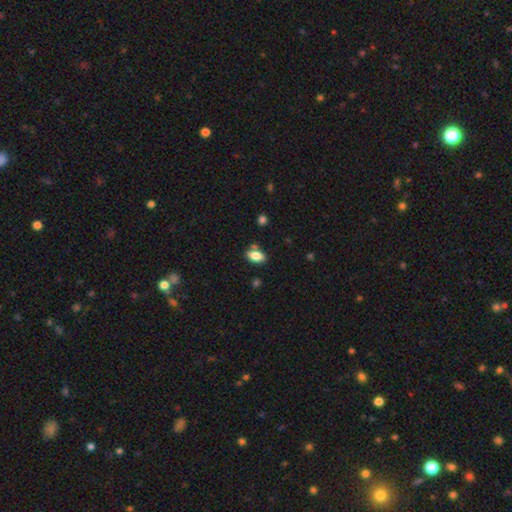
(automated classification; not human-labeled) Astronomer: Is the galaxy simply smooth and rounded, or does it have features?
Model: smooth — 82%.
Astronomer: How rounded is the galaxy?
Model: in between — 90%.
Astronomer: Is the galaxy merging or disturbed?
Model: none — 72%.